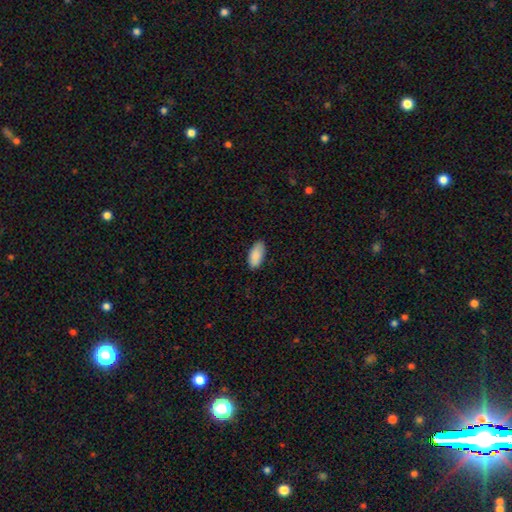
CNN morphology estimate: Smooth or featured?
  - smooth: 89% *
  - star or artifact: 6%
  - featured or disk: 4%
How rounded?
  - in between: 92% *
  - cigar-shaped: 6%
  - round: 2%
Merging?
  - none: 83% *
  - minor disturbance: 13%
  - major disturbance: 2%
  - merger: 1%